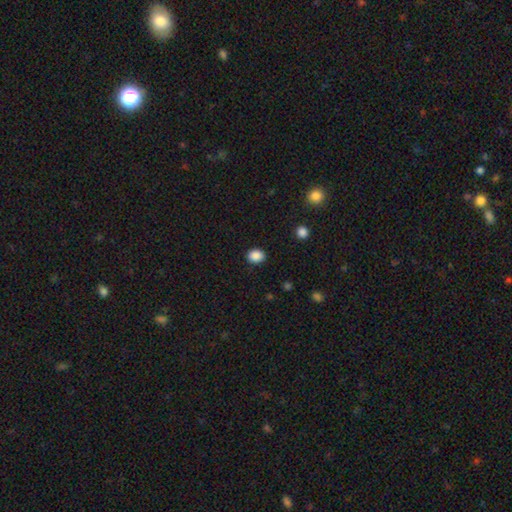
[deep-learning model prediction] Smooth or featured? smooth (88%)
How rounded? in between (52%)
Merging? none (89%)